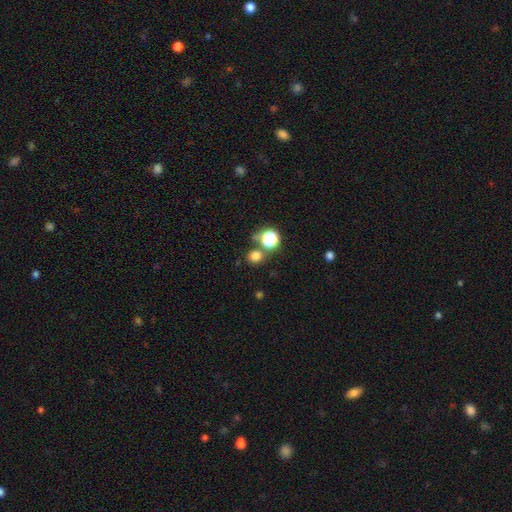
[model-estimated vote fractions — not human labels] This is likely a smooth galaxy (75%). How rounded: clearly round (85%). Merging: likely none (70%).